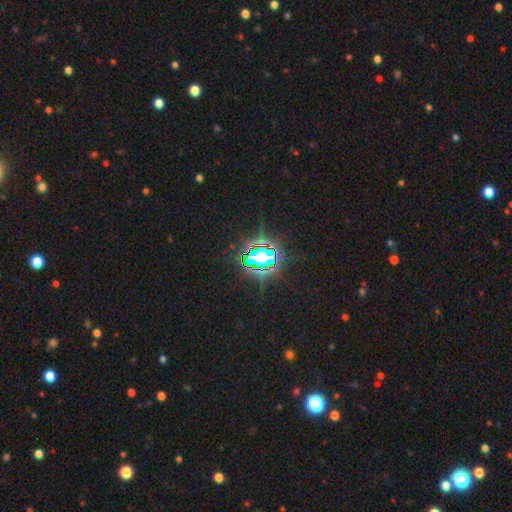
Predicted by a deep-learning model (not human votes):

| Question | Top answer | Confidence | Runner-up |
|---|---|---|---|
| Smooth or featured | star or artifact | 78% | smooth (13%) |